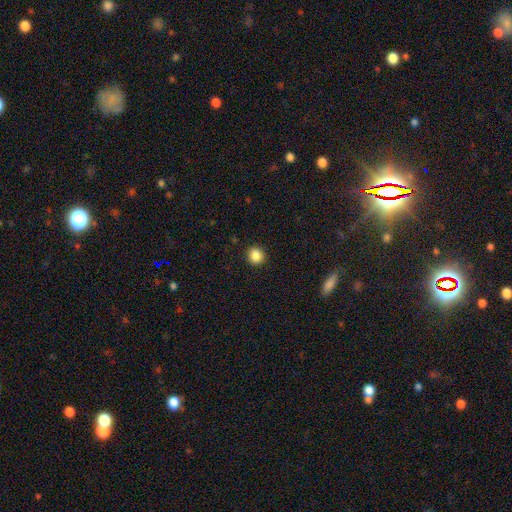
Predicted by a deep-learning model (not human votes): Overall: smooth (87%). How rounded: round (88%). Merging: none (91%).